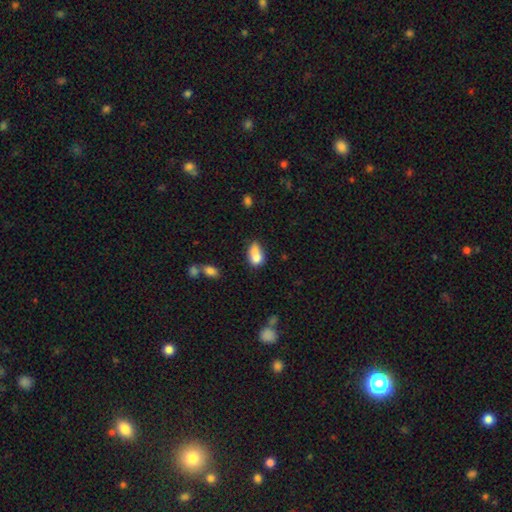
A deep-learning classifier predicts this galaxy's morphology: A smooth galaxy with no disk features (74%) that is in between round and cigar-shaped (77%).

Vote fractions:
- Smooth or featured? smooth: 74% / featured or disk: 17% / star or artifact: 10%
- How rounded? in between: 77% / round: 20% / cigar-shaped: 3%
- Merging? merger: 43% / none: 29% / minor disturbance: 19% / major disturbance: 9%